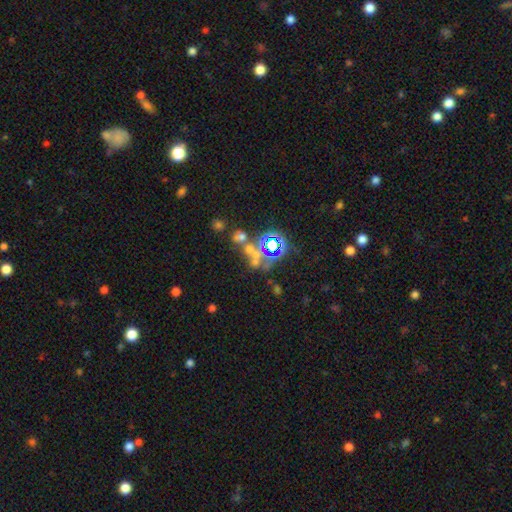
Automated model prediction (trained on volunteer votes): The model was most divided on "smooth or featured": star or artifact: 45%, smooth: 35%, featured or disk: 20%.